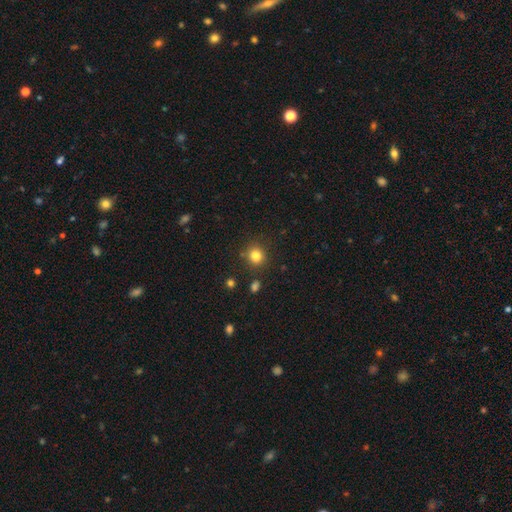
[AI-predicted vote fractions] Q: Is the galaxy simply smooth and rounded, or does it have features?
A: smooth — 82%.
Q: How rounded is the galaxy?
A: round — 87%.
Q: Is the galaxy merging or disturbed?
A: none — 84%.